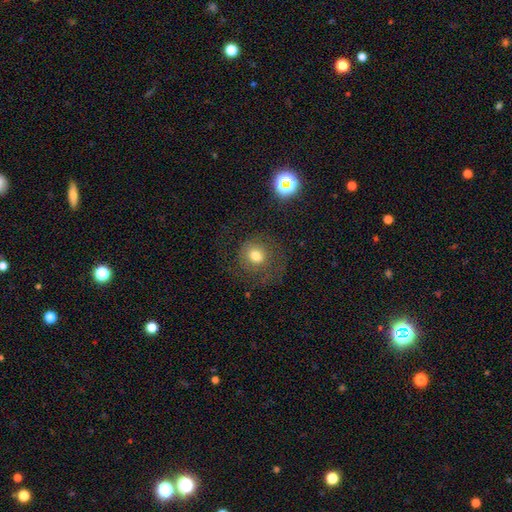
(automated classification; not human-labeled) This is likely a smooth galaxy (63%). How rounded: clearly round (84%). Merging: likely none (62%).